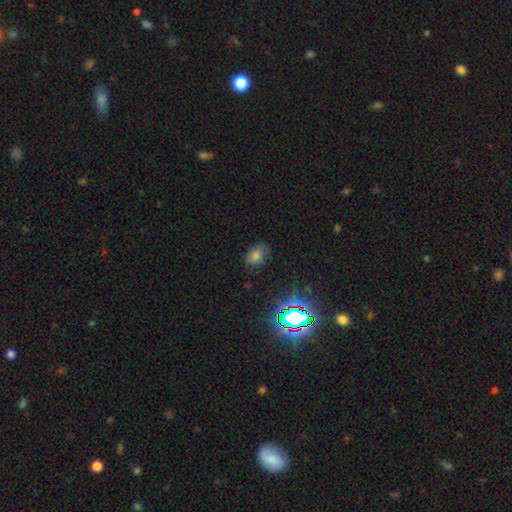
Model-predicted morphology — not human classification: This appears to be a smooth galaxy with no disk features (67%) that is in between round and cigar-shaped (75%). Merging: none (70%).